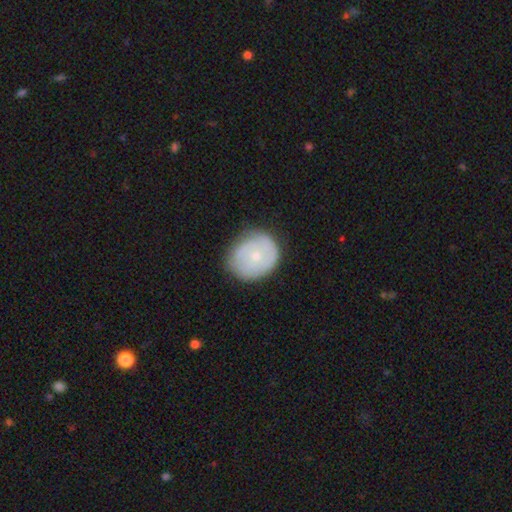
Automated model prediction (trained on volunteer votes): smooth 55%, featured or disk 38%, star or artifact 7%. Down the decision tree: how rounded — round (73%); merging — none (70%).